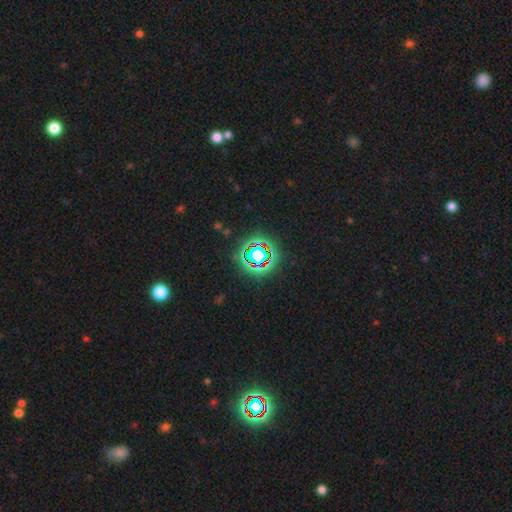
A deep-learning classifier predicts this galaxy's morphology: A star or artifact, not a galaxy (71%).